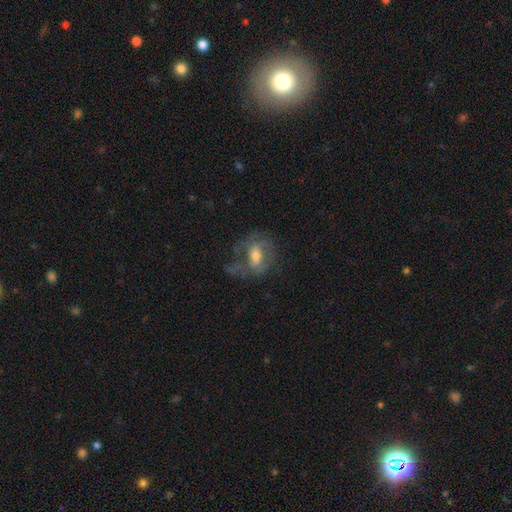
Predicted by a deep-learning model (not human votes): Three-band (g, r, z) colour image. It shows a featured or disk galaxy (59%) with a weak bar (44%), spiral arms (63%) and a moderate central bulge (58%). Merging: none (55%).